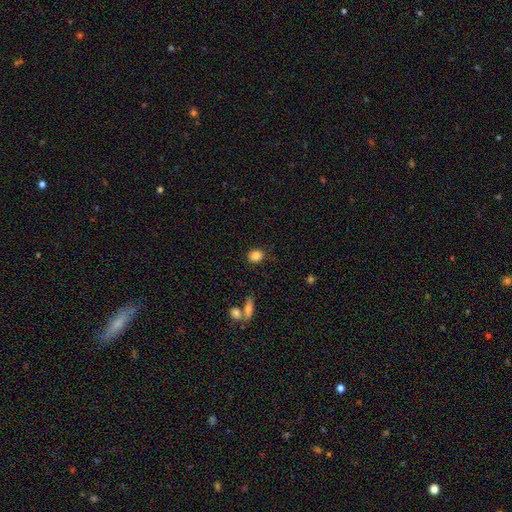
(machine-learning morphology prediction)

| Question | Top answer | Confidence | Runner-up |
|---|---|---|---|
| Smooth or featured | smooth | 85% | star or artifact (9%) |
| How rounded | round | 57% | in between (41%) |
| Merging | none | 84% | minor disturbance (10%) |